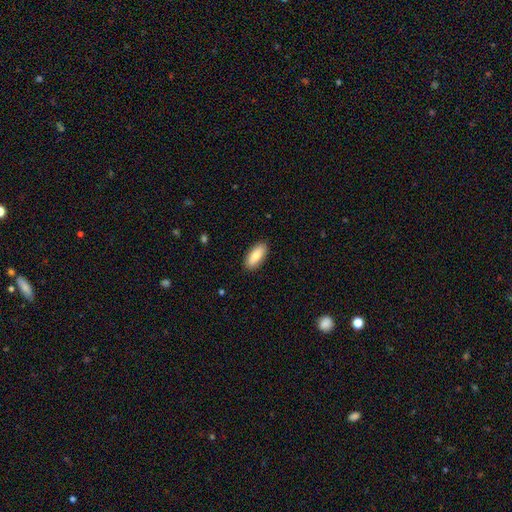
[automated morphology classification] smooth 83%, featured or disk 11%, star or artifact 6%. Down the decision tree: how rounded — in between (84%); merging — none (88%).